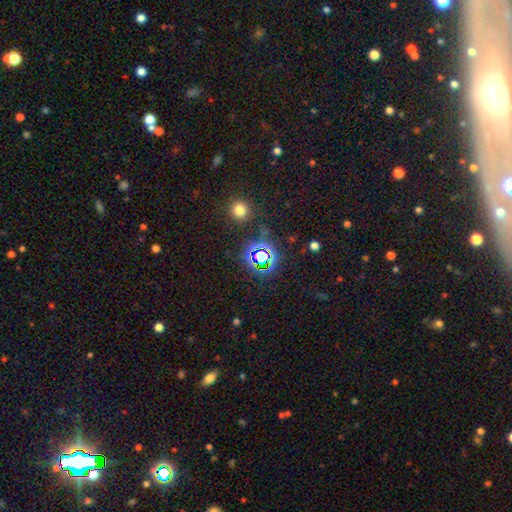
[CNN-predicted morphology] This is likely a star or artifact rather than a galaxy (72%).